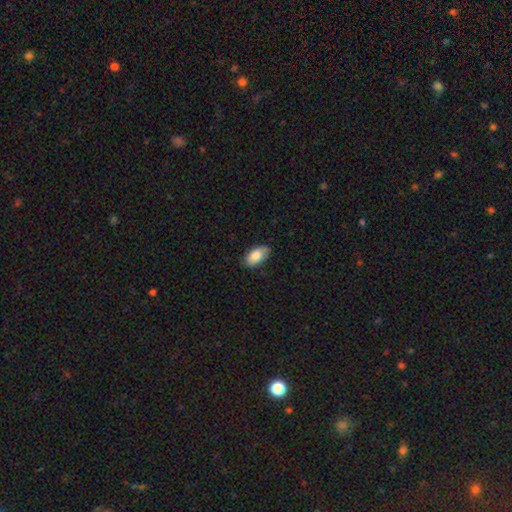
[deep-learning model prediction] Smooth or featured? smooth (83%)
How rounded? in between (94%)
Merging? none (81%)